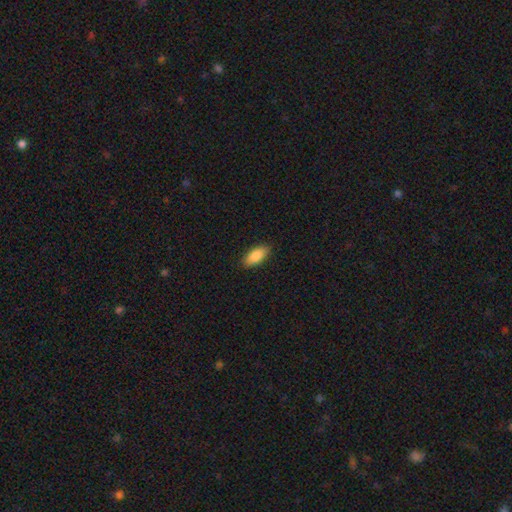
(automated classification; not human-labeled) Smooth or featured?
  - smooth: 88% *
  - star or artifact: 6%
  - featured or disk: 6%
How rounded?
  - in between: 89% *
  - cigar-shaped: 9%
  - round: 2%
Merging?
  - none: 88% *
  - minor disturbance: 9%
  - major disturbance: 2%
  - merger: 1%